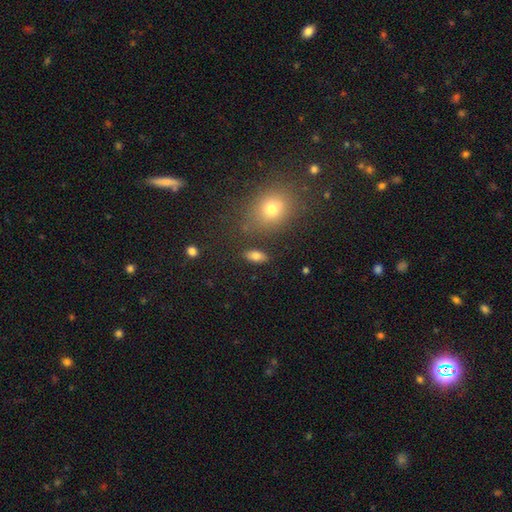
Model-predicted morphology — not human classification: type=smooth (80%); roundness=in between (85%); merging=none (83%).